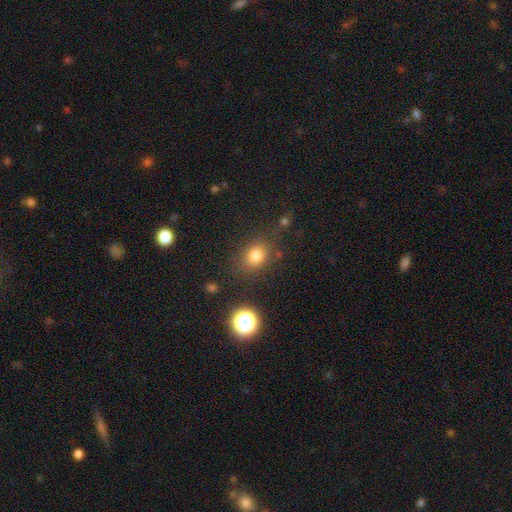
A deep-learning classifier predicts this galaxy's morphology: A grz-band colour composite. It shows a smooth galaxy with no disk features (77%) that is round (59%). Merging: none (78%).